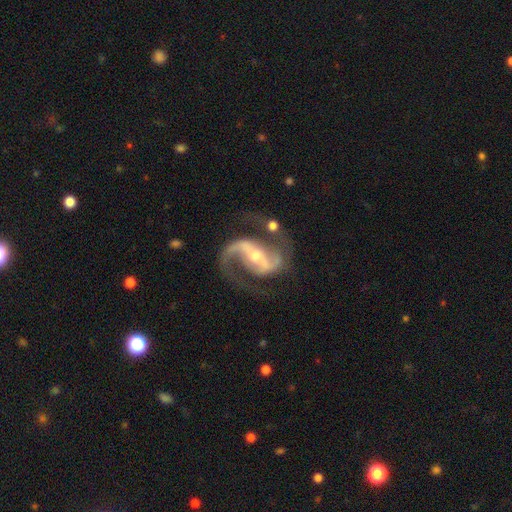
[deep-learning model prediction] Morphology: type=featured or disk (92%); edge-on=no (97%); bar=strong (65%); spiral arms=yes (97%); winding=medium (55%); arm count=2 (90%); bulge=small (50%); merging=none (69%).